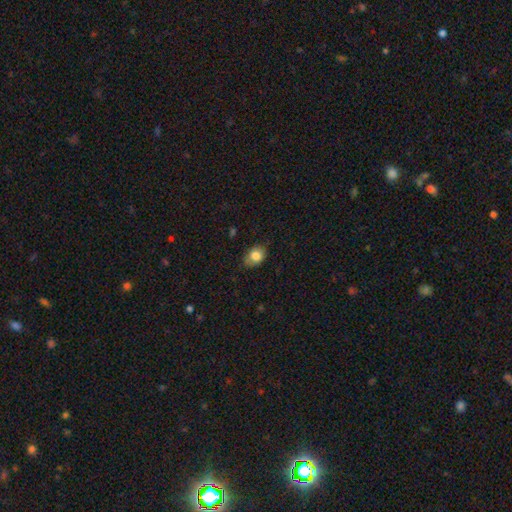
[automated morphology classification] Overall: smooth (83%). How rounded: in between (71%). Merging: none (77%).